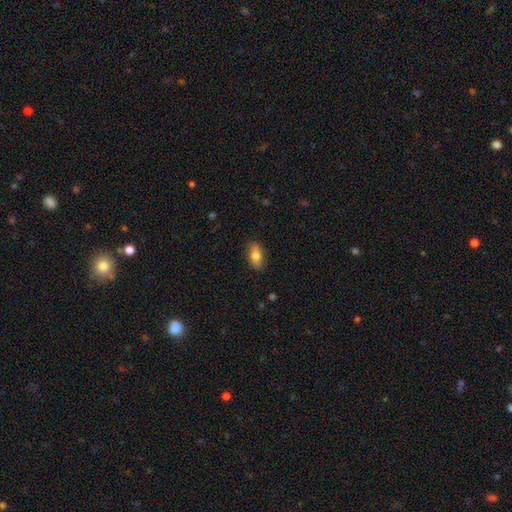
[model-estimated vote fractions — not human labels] A smooth galaxy with no disk features (76%) that is in between round and cigar-shaped (84%). Merging: none (87%).